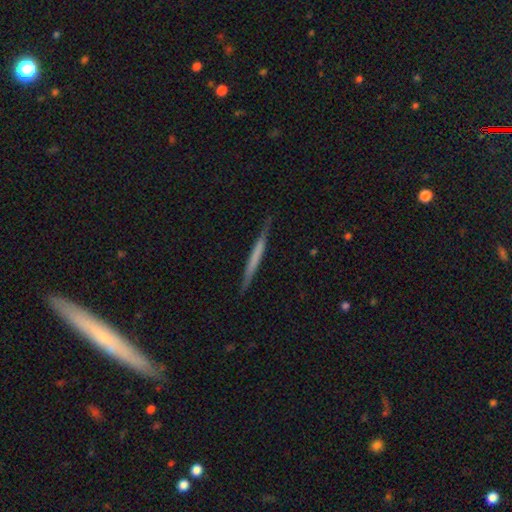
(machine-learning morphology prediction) smooth_or_featured: smooth (p=0.49) [alt: featured or disk p=0.46]
merging: none (p=0.86) [alt: minor disturbance p=0.11]